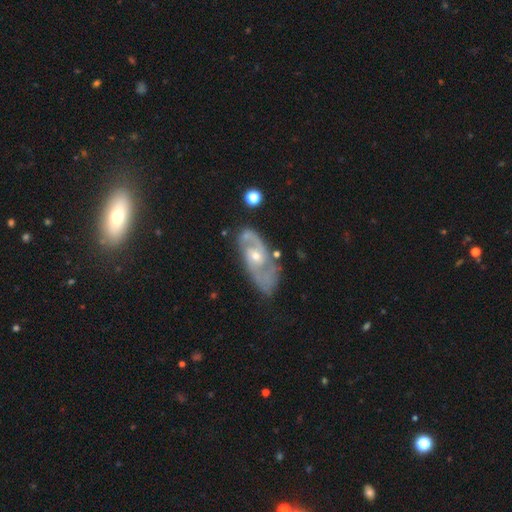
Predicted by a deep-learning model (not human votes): smooth-or-featured: featured or disk: 84% | smooth: 9% | star or artifact: 7%
  disk-edge-on: no: 94% | yes: 6%
    bar: no: 63% | weak: 31% | strong: 6%
    has-spiral-arms: yes: 93% | no: 7%
      spiral-winding: medium: 47% | tight: 39% | loose: 15%
      spiral-arm-count: 2: 77% | can't tell: 12% | 3: 4% | 1: 4% | 4: 2% | more than 4: 2%
    bulge-size: small: 48% | moderate: 47% | large: 2% | none: 1% | dominant: 1%
  merging: none: 72% | minor disturbance: 18% | major disturbance: 6% | merger: 3%